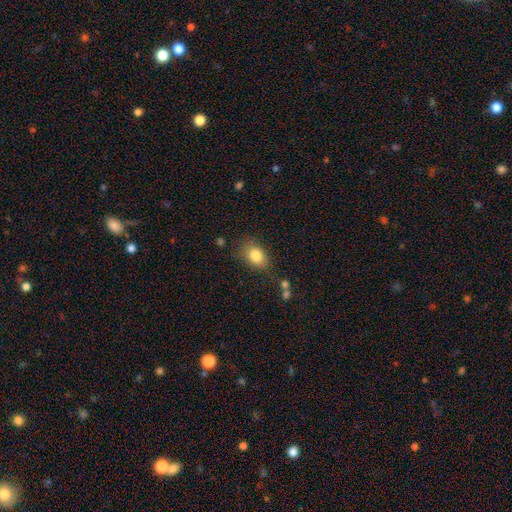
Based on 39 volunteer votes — Q: Smooth or featured?
A: smooth (95%); runner-up: featured or disk (5%)
Q: How rounded?
A: in between (81%); runner-up: round (19%)
Q: Merging?
A: none (82%); runner-up: minor disturbance (13%)